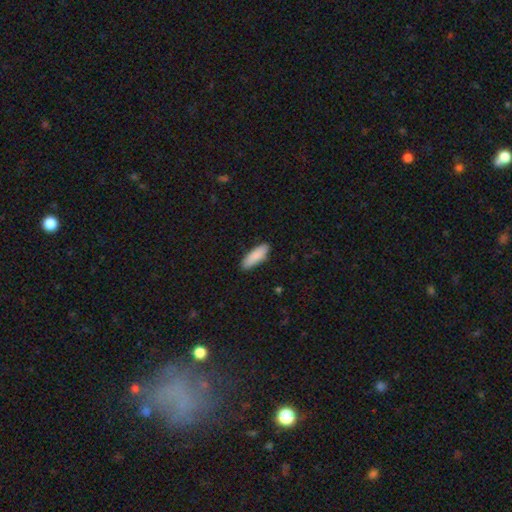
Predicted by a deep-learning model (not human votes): Q: Smooth or featured?
A: smooth (89%); runner-up: star or artifact (6%)
Q: How rounded?
A: in between (56%); runner-up: cigar-shaped (42%)
Q: Merging?
A: none (88%); runner-up: minor disturbance (10%)